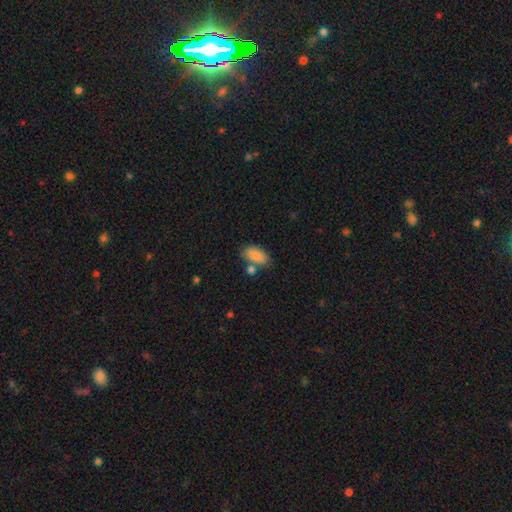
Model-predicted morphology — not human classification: Smooth or featured? smooth (87%)
How rounded? in between (92%)
Merging? none (62%)